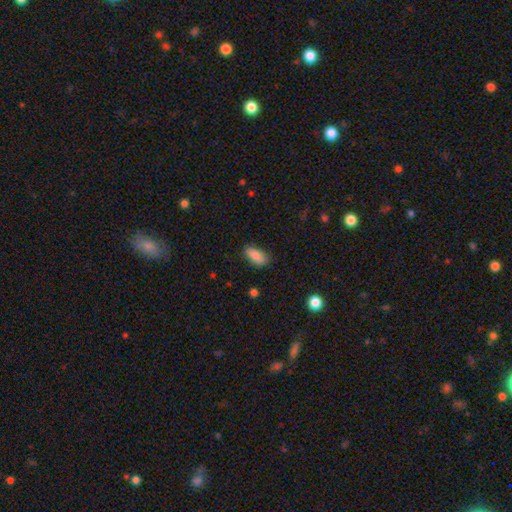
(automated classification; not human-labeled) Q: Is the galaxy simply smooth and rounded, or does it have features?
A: smooth — 87%.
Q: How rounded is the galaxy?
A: in between — 86%.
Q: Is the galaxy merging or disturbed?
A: none — 79%.